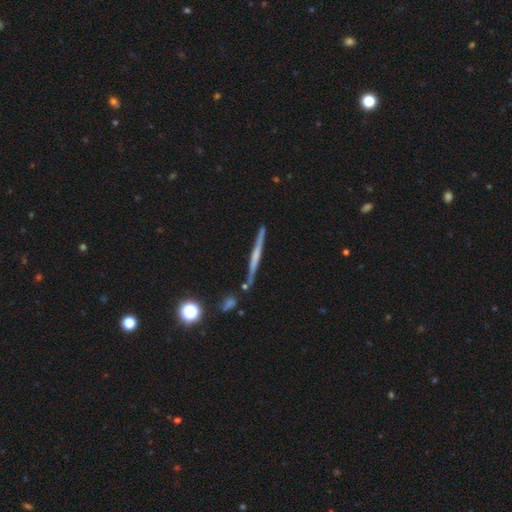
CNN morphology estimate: Overall: featured or disk (64%; smooth 29%). Edge-on disk: yes (97%). Edge-on bulge: none (57%; rounded 29%). Merging: none (85%).